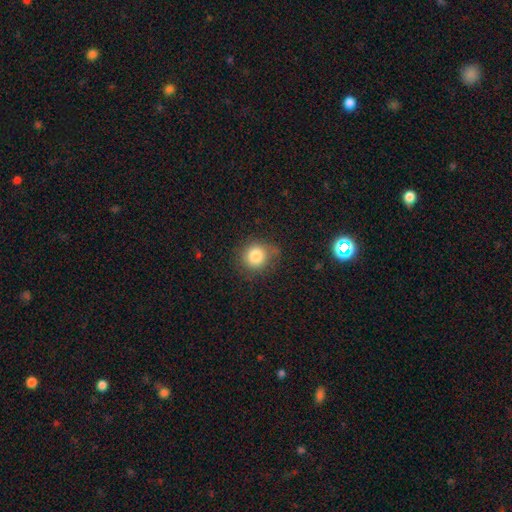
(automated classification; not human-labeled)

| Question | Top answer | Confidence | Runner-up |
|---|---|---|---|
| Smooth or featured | smooth | 83% | star or artifact (10%) |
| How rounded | round | 85% | in between (14%) |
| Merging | none | 71% | minor disturbance (21%) |